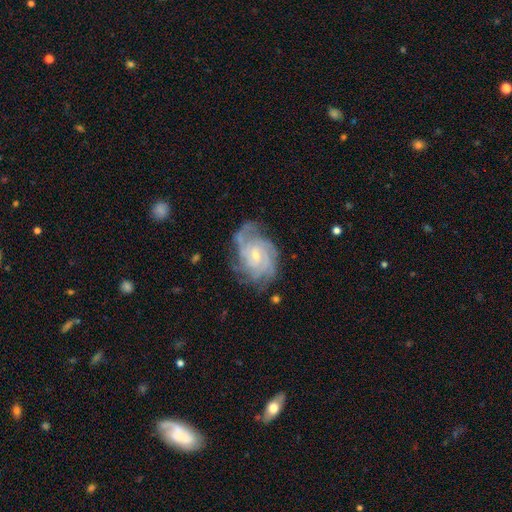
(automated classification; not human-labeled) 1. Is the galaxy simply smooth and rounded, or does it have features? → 87% featured or disk, 7% smooth, 6% star or artifact.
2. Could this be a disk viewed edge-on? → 98% no, 2% yes.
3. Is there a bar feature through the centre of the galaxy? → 57% no, 37% weak, 6% strong.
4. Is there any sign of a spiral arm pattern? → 96% yes, 4% no.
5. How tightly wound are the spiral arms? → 58% tight, 34% medium, 8% loose.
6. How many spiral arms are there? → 29% can't tell, 23% 4, 19% 3, 14% 2, 8% more than 4, 7% 1.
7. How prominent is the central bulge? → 68% small, 28% moderate, 2% none, 1% large, 1% dominant.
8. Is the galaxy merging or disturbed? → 67% none, 21% minor disturbance, 10% major disturbance, 2% merger.